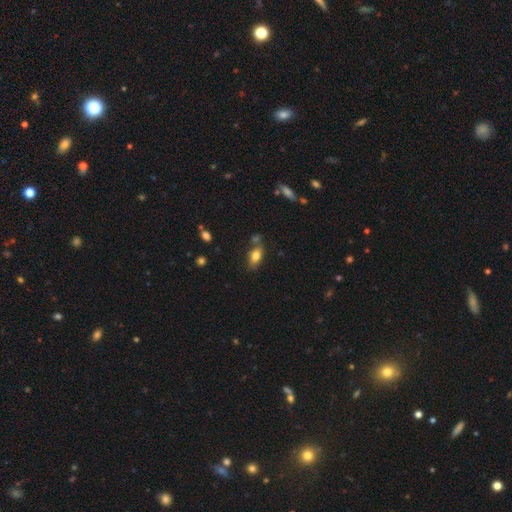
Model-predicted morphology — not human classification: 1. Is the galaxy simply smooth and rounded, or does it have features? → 79% smooth, 12% featured or disk, 9% star or artifact.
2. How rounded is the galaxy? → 87% in between, 8% round, 6% cigar-shaped.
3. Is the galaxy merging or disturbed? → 62% none, 18% minor disturbance, 15% merger, 5% major disturbance.